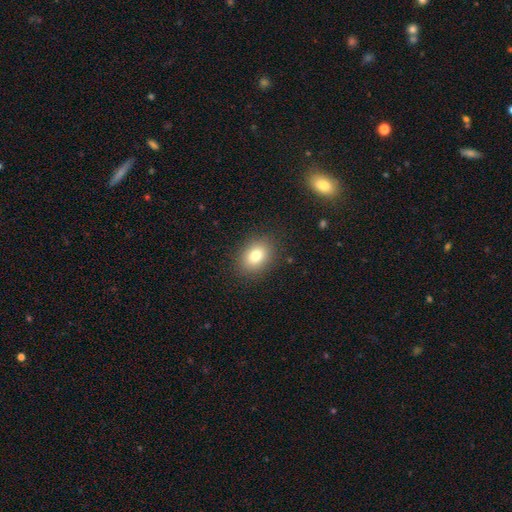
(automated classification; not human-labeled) This appears to be a smooth galaxy with no disk features (79%) that is in between round and cigar-shaped (58%). Merging: none (87%).